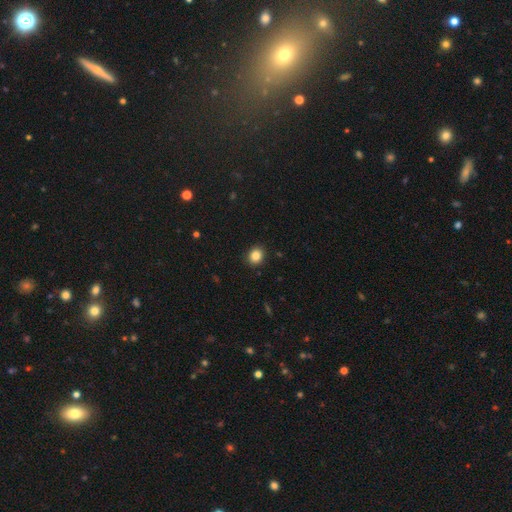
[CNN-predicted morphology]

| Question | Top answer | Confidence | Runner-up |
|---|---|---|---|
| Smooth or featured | smooth | 85% | star or artifact (10%) |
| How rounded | round | 73% | in between (26%) |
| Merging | none | 91% | minor disturbance (6%) |